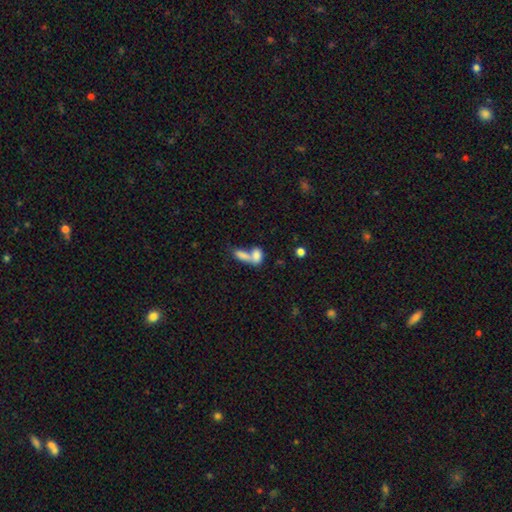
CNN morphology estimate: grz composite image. It shows a smooth galaxy with no disk features (80%) that is in between round and cigar-shaped (82%). Merging: merger (69%).